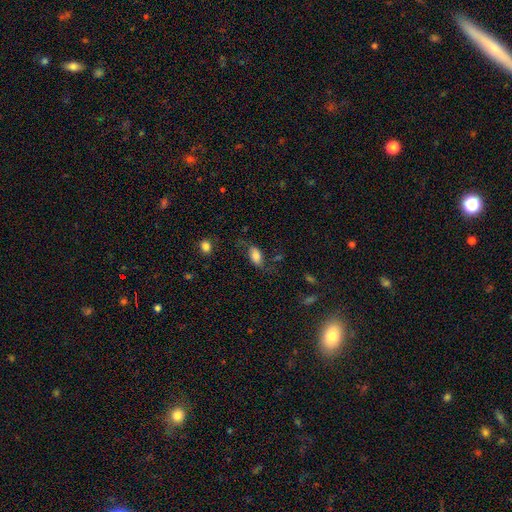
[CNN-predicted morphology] This appears to be a smooth galaxy with no disk features (67%) that is in between round and cigar-shaped (90%). Merging: none (61%).